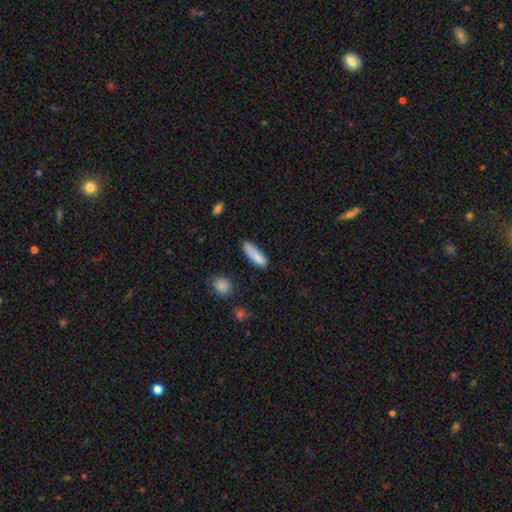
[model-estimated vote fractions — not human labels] Morphology: type=smooth (84%); roundness=cigar-shaped (50%); merging=none (68%).